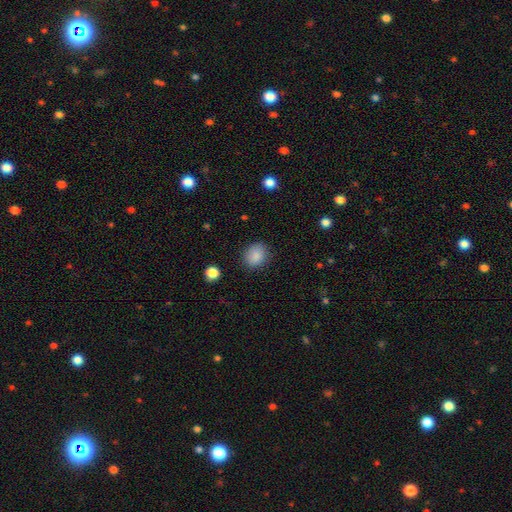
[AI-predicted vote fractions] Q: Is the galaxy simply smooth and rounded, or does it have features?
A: smooth — 87%.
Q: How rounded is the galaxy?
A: round — 62%.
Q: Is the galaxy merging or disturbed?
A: none — 86%.